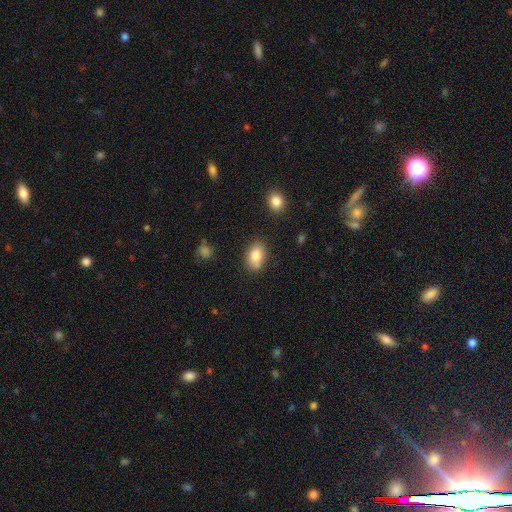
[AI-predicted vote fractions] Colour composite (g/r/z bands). It shows a smooth galaxy with no disk features (82%) that is in between round and cigar-shaped (86%). Merging: none (74%).